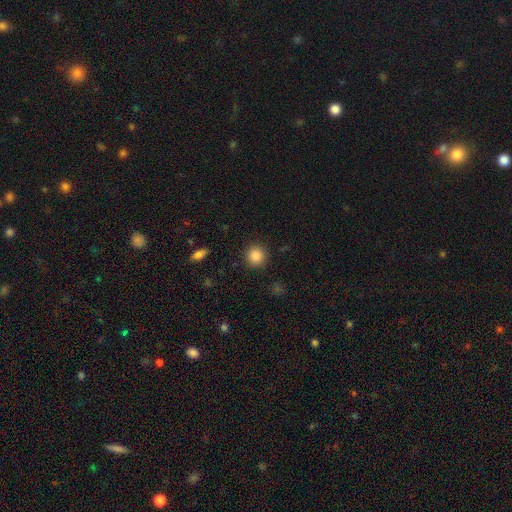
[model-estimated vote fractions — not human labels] This appears to be a smooth galaxy with no disk features (86%) that is round (93%). Merging: none (91%).